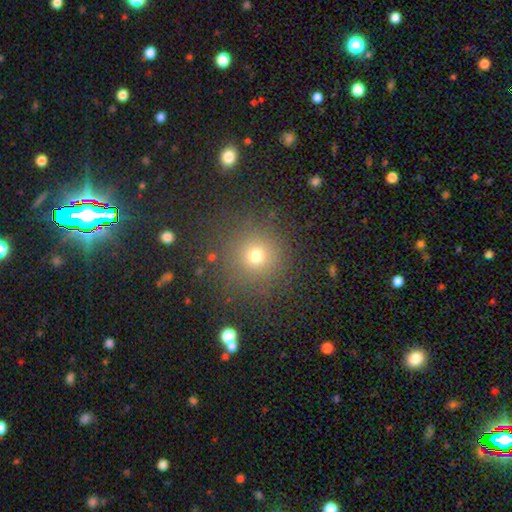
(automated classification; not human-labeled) A smooth galaxy with no disk features (71%) that is round (94%).

Vote fractions:
- Smooth or featured? smooth: 71% / star or artifact: 21% / featured or disk: 8%
- How rounded? round: 94% / in between: 5% / cigar-shaped: 1%
- Merging? none: 85% / minor disturbance: 8% / major disturbance: 5% / merger: 2%